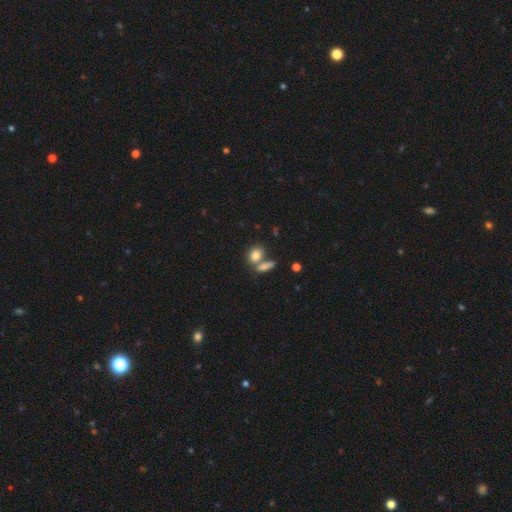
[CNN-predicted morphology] A smooth galaxy with no disk features (81%) that is in between round and cigar-shaped (61%).

Vote fractions:
- Smooth or featured? smooth: 81% / featured or disk: 10% / star or artifact: 9%
- How rounded? in between: 61% / round: 35% / cigar-shaped: 5%
- Merging? none: 48% / merger: 38% / minor disturbance: 10% / major disturbance: 4%